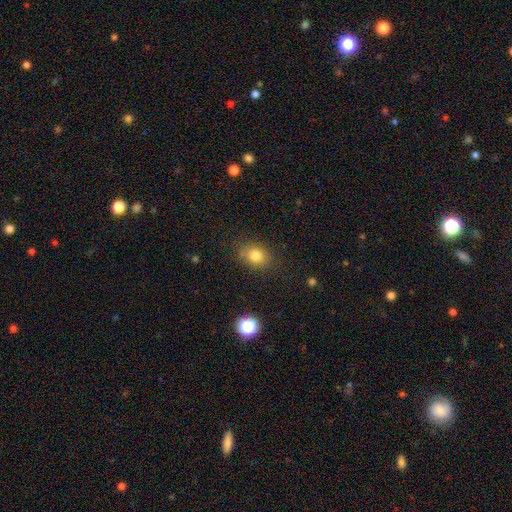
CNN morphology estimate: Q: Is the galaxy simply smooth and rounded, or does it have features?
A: smooth — 79%.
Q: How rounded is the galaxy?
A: in between — 58%.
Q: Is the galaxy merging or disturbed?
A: none — 77%.